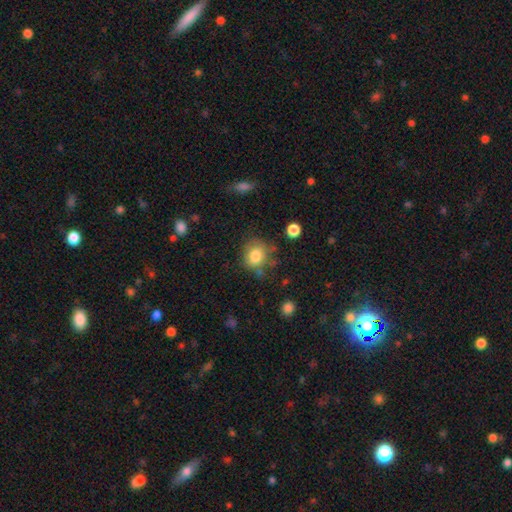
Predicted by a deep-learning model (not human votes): Smooth or featured?
  - smooth: 80% *
  - featured or disk: 10%
  - star or artifact: 10%
How rounded?
  - round: 66% *
  - in between: 33%
  - cigar-shaped: 1%
Merging?
  - none: 63% *
  - minor disturbance: 23%
  - major disturbance: 9%
  - merger: 6%